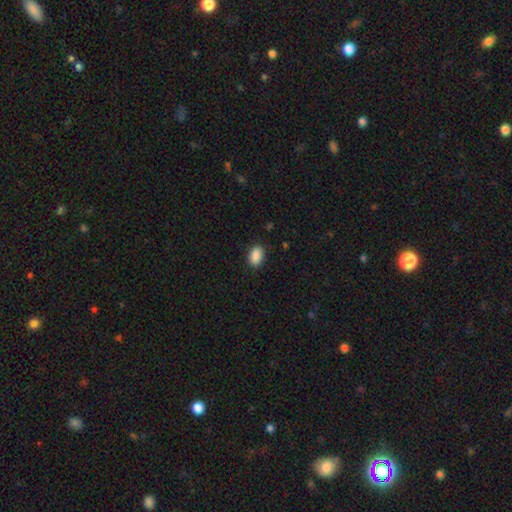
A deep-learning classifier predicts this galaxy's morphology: A smooth galaxy with no disk features (90%) that is in between round and cigar-shaped (86%). Merging: none (87%).